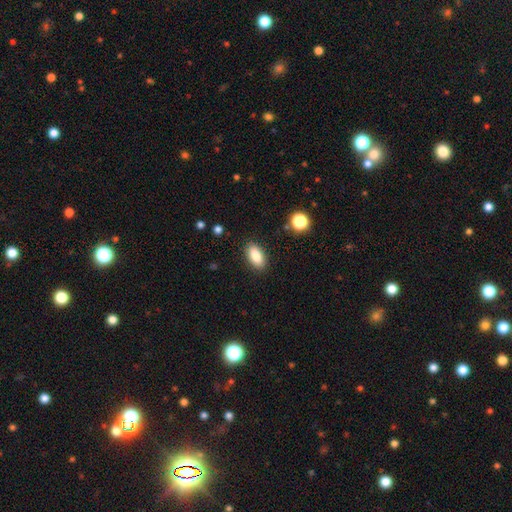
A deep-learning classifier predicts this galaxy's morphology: smooth_or_featured: smooth (p=0.86) [alt: star or artifact p=0.08]
how_rounded: in between (p=0.90) [alt: cigar-shaped p=0.07]
merging: none (p=0.87) [alt: minor disturbance p=0.09]